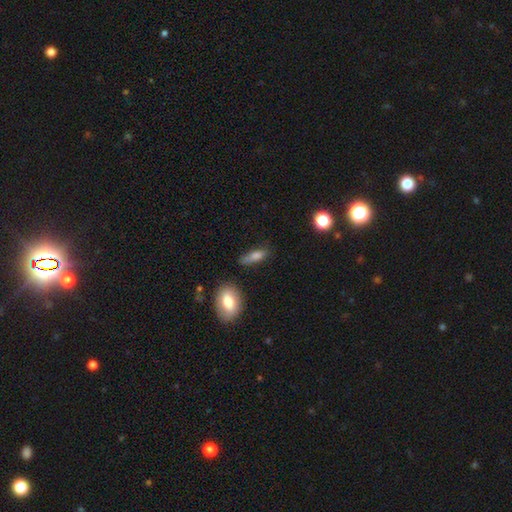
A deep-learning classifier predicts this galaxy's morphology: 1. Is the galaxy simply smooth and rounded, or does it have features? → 76% smooth, 15% featured or disk, 9% star or artifact.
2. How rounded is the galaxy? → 53% in between, 41% cigar-shaped, 5% round.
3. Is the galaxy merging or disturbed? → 62% none, 24% minor disturbance, 8% major disturbance, 6% merger.